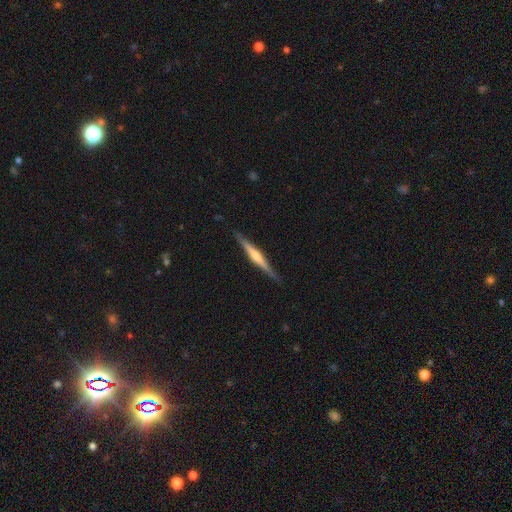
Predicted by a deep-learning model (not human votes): The model was most divided on "smooth or featured": featured or disk: 71%, smooth: 24%, star or artifact: 5%. More confident: edge-on disk — yes (98%); merging — none (89%); edge-on bulge — rounded (70%).